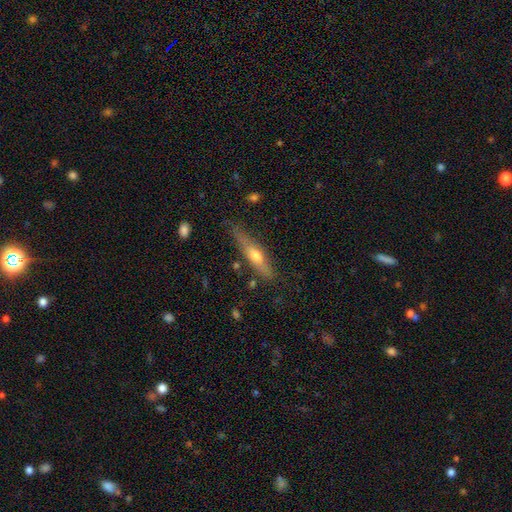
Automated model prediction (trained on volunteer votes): This appears to be a featured or disk galaxy (52%) viewed edge-on (88%). Merging: none (72%).